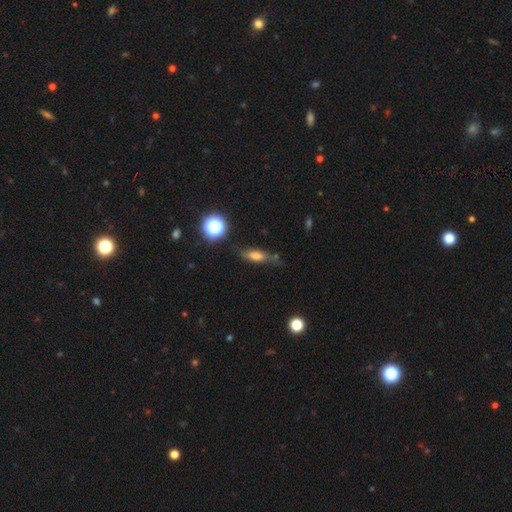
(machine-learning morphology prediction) A smooth galaxy with no disk features (64%) that is in between round and cigar-shaped (53%).

Vote fractions:
- Smooth or featured? smooth: 64% / featured or disk: 22% / star or artifact: 14%
- How rounded? in between: 53% / cigar-shaped: 39% / round: 8%
- Merging? none: 62% / minor disturbance: 23% / major disturbance: 8% / merger: 6%